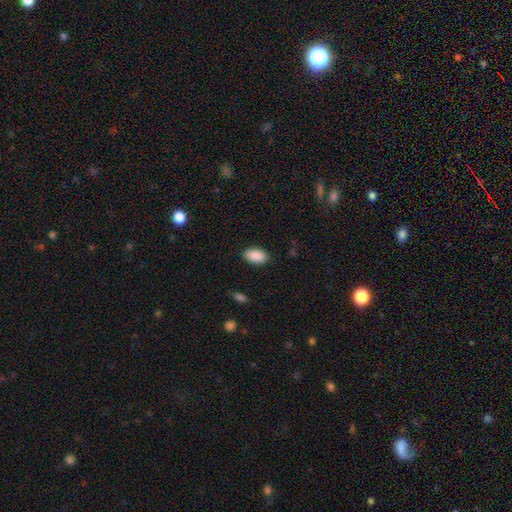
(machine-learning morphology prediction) This appears to be a smooth galaxy with no disk features (90%) that is in between round and cigar-shaped (94%). Merging: none (87%).